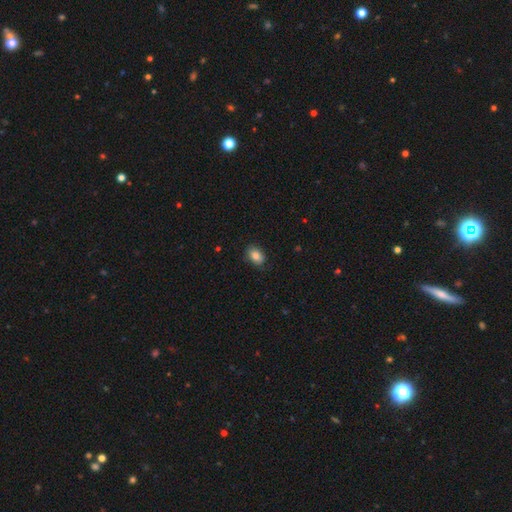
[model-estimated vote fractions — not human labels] Smooth or featured? Predicted: smooth (p=0.84). How rounded? Predicted: in between (p=0.80). Merging? Predicted: none (p=0.82).